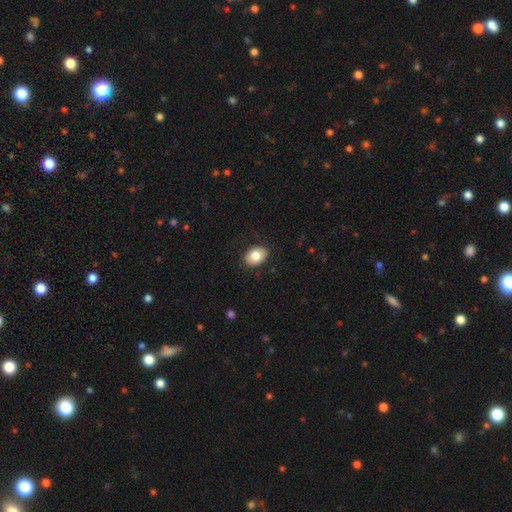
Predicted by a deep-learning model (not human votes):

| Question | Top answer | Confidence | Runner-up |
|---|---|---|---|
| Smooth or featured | smooth | 83% | featured or disk (10%) |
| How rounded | in between | 80% | round (19%) |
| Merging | none | 88% | minor disturbance (9%) |